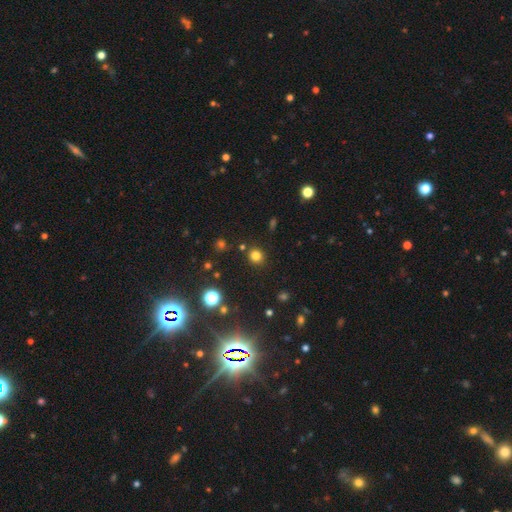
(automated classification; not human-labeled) Smooth or featured: smooth — 78% (star or artifact — 17%)
How rounded: round — 87% (in between — 12%)
Merging: none — 87% (minor disturbance — 7%)